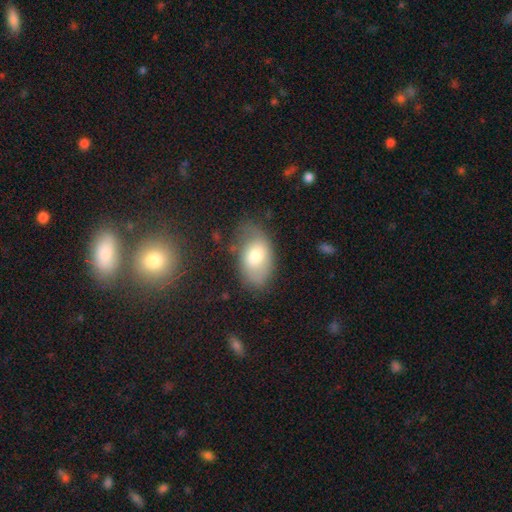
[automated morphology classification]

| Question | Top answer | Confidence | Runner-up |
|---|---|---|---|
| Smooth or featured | smooth | 67% | featured or disk (25%) |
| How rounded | in between | 91% | round (8%) |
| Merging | none | 63% | minor disturbance (25%) |